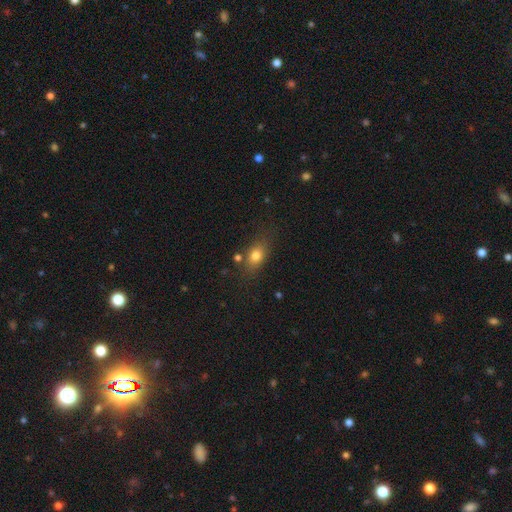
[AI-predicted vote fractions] smooth 77%, featured or disk 12%, star or artifact 11%. Down the decision tree: how rounded — in between (72%); merging — none (71%).